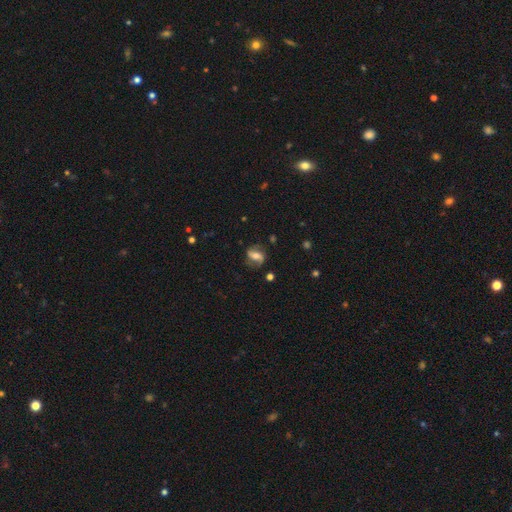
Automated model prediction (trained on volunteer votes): smooth_or_featured: featured or disk (p=0.60) [alt: smooth p=0.32]
disk_edge_on: no (p=0.92) [alt: yes p=0.08]
bar: strong (p=0.41) [alt: weak p=0.32]
has_spiral_arms: yes (p=0.80) [alt: no p=0.20]
bulge_size: moderate (p=0.57) [alt: small p=0.27]
merging: none (p=0.72) [alt: minor disturbance p=0.17]